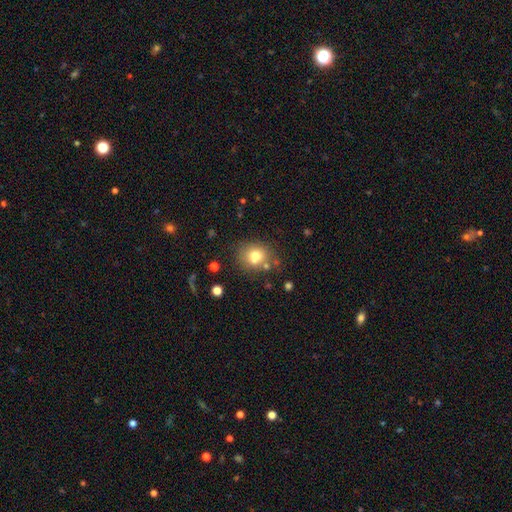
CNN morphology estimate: Overall: smooth (74%). How rounded: round (71%). Merging: none (65%).